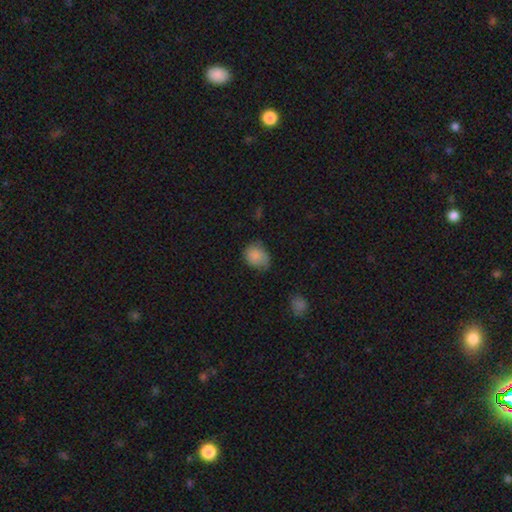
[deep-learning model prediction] Smooth or featured? smooth (84%)
How rounded? round (54%)
Merging? none (62%)